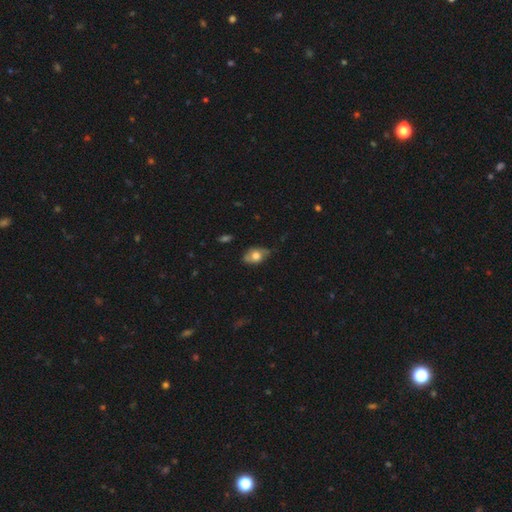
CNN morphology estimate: Overall: smooth (65%; featured or disk 27%). How rounded: in between (83%). Merging: none (55%; minor disturbance 35%).